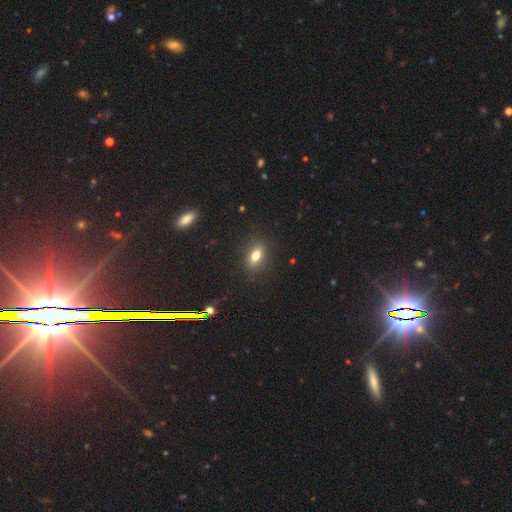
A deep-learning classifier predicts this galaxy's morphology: type=smooth (77%); roundness=in between (78%); merging=none (87%).